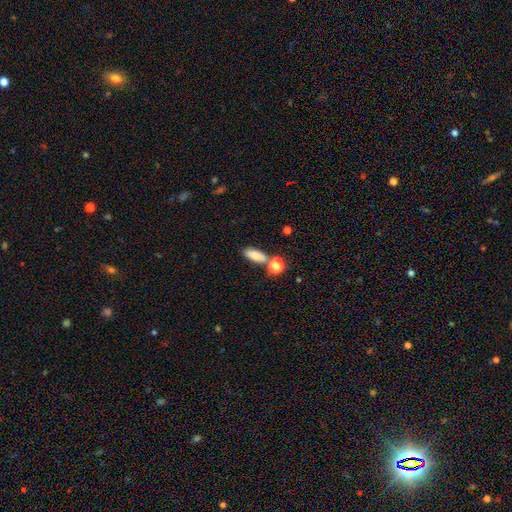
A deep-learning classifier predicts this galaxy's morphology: smooth-or-featured: smooth: 81% | featured or disk: 10% | star or artifact: 9%
  how-rounded: in between: 78% | cigar-shaped: 15% | round: 7%
  merging: none: 60% | merger: 23% | minor disturbance: 13% | major disturbance: 5%